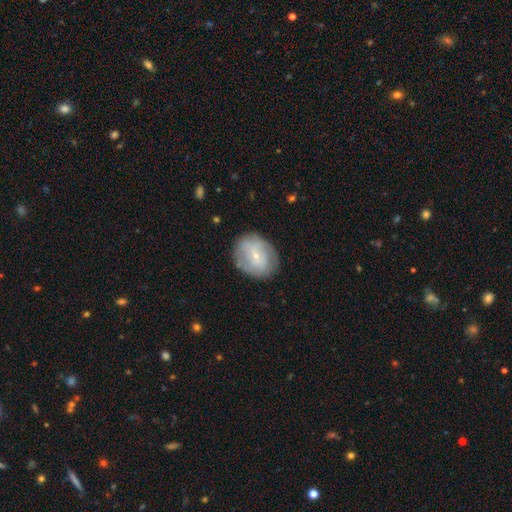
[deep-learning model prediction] smooth 48%, featured or disk 45%, star or artifact 7%. Down the decision tree: merging — none (77%).